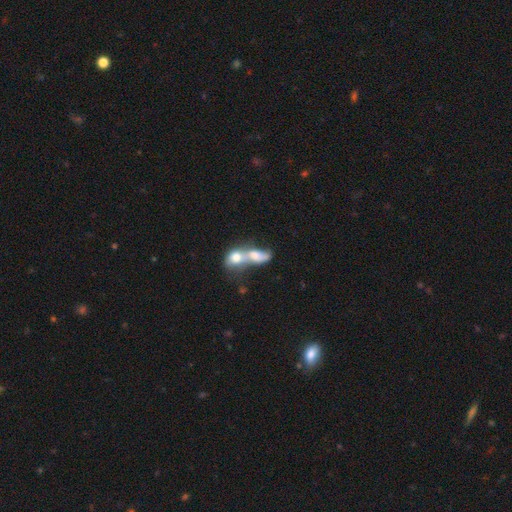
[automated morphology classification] Q: Smooth or featured?
A: smooth (65%); runner-up: featured or disk (27%)
Q: How rounded?
A: in between (67%); runner-up: round (21%)
Q: Merging?
A: merger (82%); runner-up: none (8%)